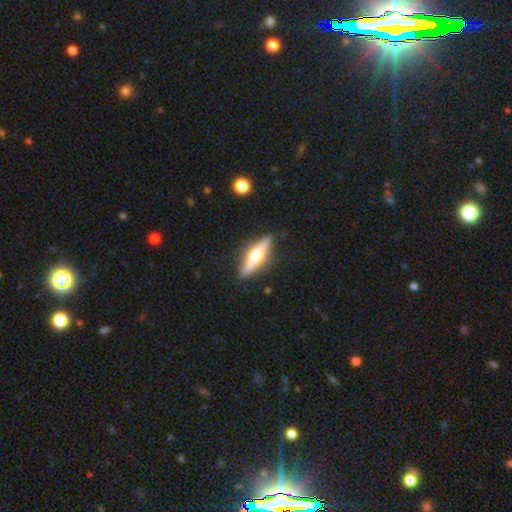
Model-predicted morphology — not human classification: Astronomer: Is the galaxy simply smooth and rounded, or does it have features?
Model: featured or disk — 64%.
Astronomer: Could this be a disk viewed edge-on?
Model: yes — 95%.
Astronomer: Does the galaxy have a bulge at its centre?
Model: rounded — 91%.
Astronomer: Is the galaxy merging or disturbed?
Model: none — 88%.